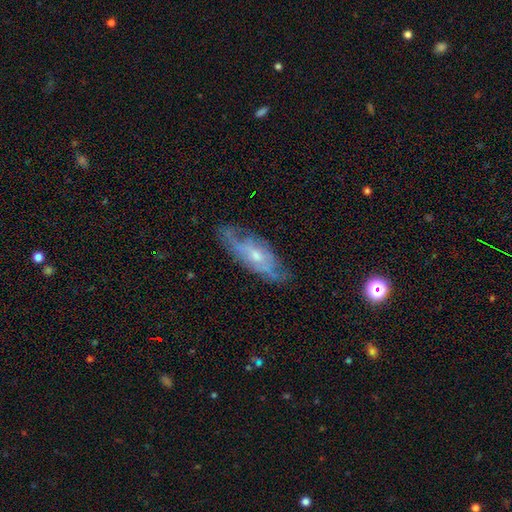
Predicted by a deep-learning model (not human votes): This appears to be a featured or disk galaxy (68%) with no bar (70%), spiral arms (71%) and a moderate central bulge (47%, tied with small). Merging: none (65%).